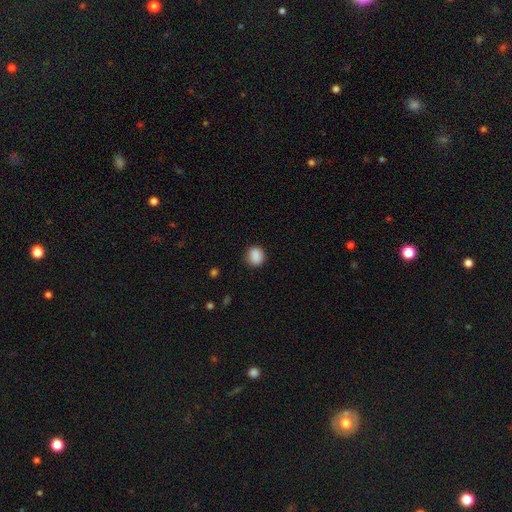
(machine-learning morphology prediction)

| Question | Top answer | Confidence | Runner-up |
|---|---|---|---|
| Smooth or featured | smooth | 88% | star or artifact (9%) |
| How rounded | round | 74% | in between (25%) |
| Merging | none | 83% | minor disturbance (12%) |